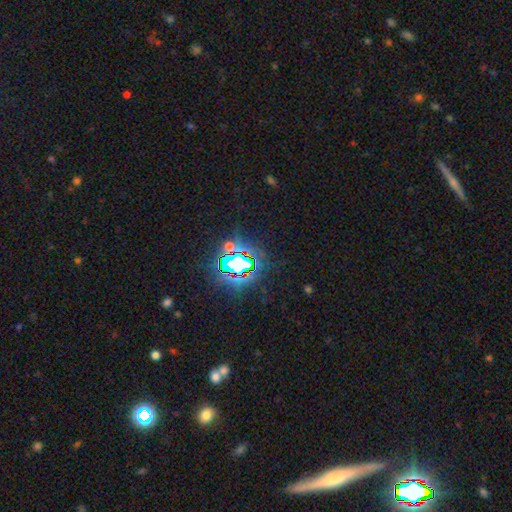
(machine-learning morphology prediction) Overall: star or artifact (75%).